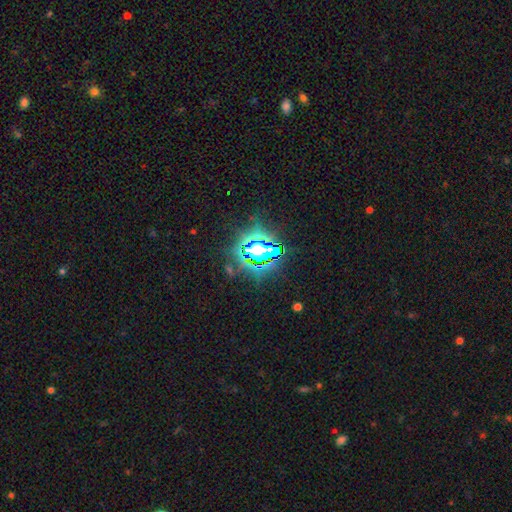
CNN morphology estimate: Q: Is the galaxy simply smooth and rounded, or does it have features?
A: star or artifact — 82%.